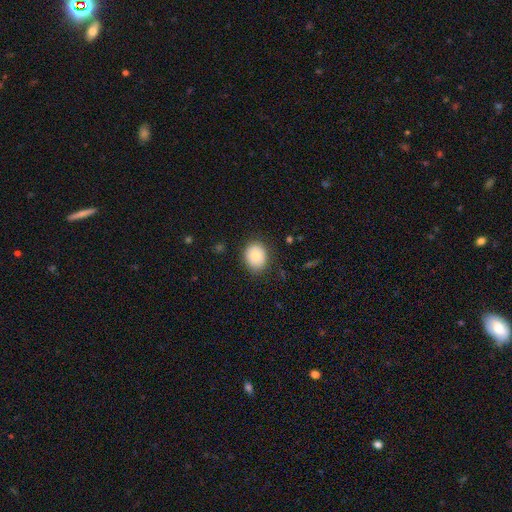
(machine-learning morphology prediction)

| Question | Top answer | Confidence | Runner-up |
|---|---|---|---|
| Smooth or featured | smooth | 81% | featured or disk (11%) |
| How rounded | round | 58% | in between (42%) |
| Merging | none | 84% | minor disturbance (12%) |